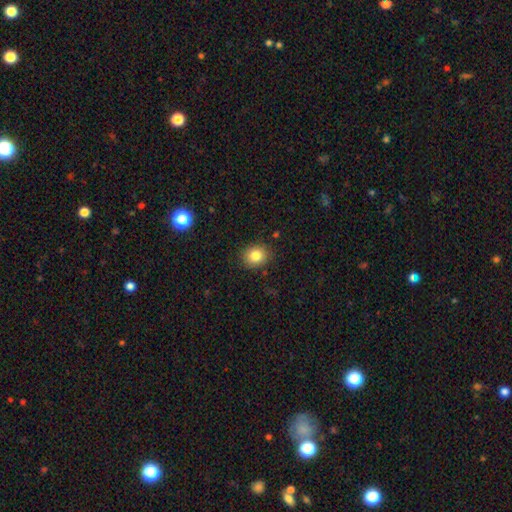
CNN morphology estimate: A smooth galaxy with no disk features (82%) that is round (69%).

Vote fractions:
- Smooth or featured? smooth: 82% / star or artifact: 11% / featured or disk: 7%
- How rounded? round: 69% / in between: 30% / cigar-shaped: 1%
- Merging? none: 87% / minor disturbance: 9% / major disturbance: 2% / merger: 1%